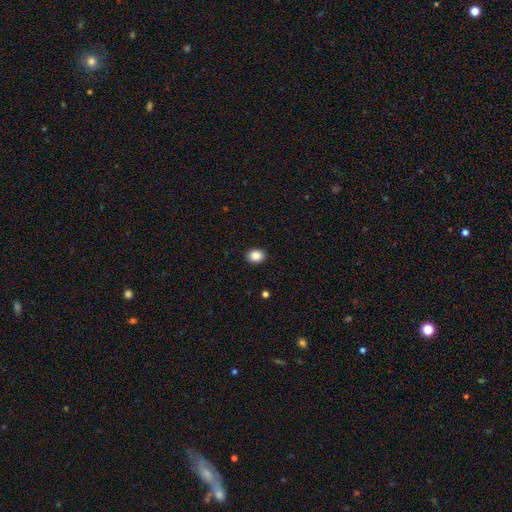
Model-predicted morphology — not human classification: The model was most divided on "how rounded": round: 51%, in between: 48%, cigar-shaped: 1%. More confident: merging — none (92%); smooth or featured — smooth (86%).